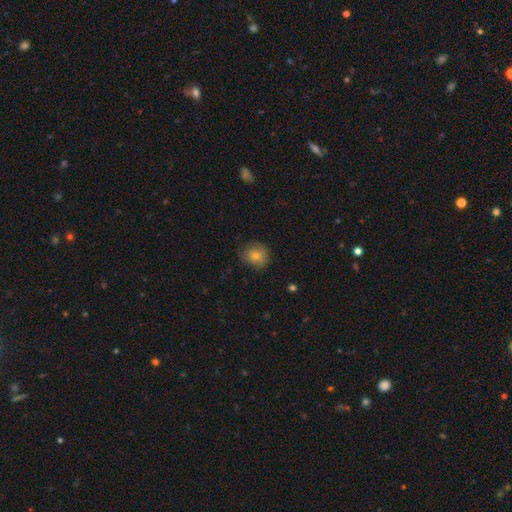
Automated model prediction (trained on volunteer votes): smooth 74%, featured or disk 15%, star or artifact 11%. Down the decision tree: how rounded — round (82%); merging — none (76%).